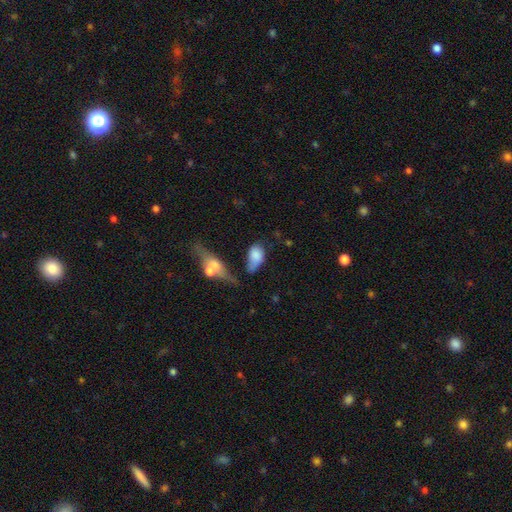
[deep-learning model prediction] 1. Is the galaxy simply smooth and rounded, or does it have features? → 75% smooth, 16% featured or disk, 8% star or artifact.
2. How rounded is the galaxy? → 87% in between, 8% round, 4% cigar-shaped.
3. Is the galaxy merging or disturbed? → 29% minor disturbance, 27% none, 25% major disturbance, 19% merger.